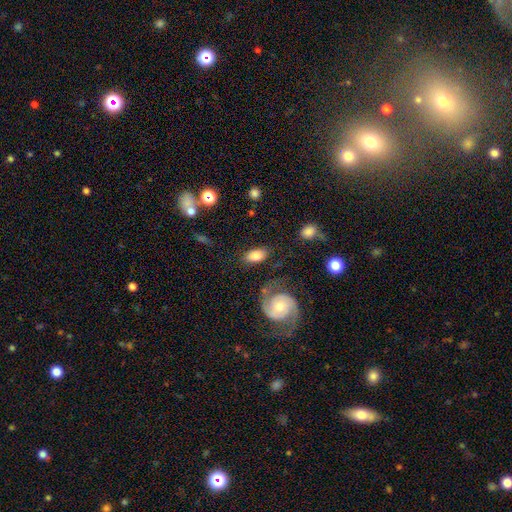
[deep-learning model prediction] Overall: smooth (74%). How rounded: in between (90%). Merging: none (73%).